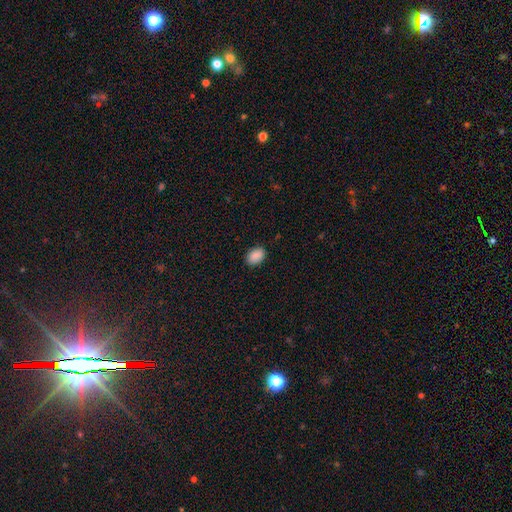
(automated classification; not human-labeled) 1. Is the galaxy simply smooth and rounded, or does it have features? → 90% smooth, 8% star or artifact, 3% featured or disk.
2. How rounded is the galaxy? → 83% in between, 16% round, 1% cigar-shaped.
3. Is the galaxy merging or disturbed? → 88% none, 9% minor disturbance, 2% major disturbance, 1% merger.